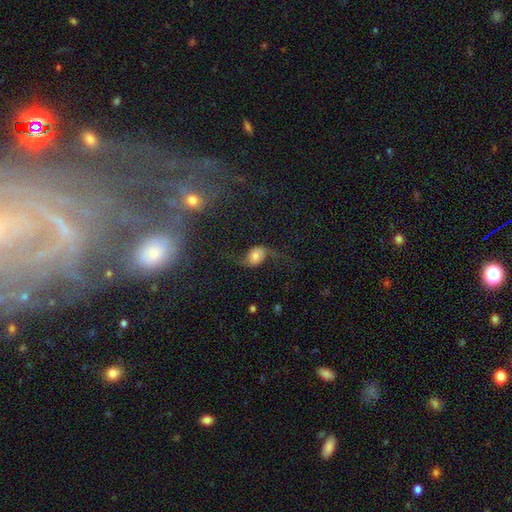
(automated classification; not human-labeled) Smooth or featured: featured or disk — 56% (smooth — 34%)
Edge-on disk: no — 95% (yes — 5%)
Bar: no — 63% (weak — 27%)
Spiral arms: yes — 88% (no — 12%)
Bulge size: moderate — 45% (small — 27%)
Merging: none — 54% (major disturbance — 22%)